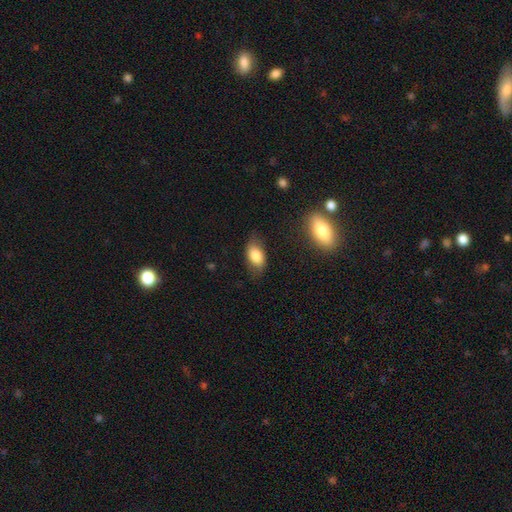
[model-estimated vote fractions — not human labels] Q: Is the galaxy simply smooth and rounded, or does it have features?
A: smooth — 82%.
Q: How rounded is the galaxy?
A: in between — 91%.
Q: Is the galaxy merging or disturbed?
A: none — 71%.